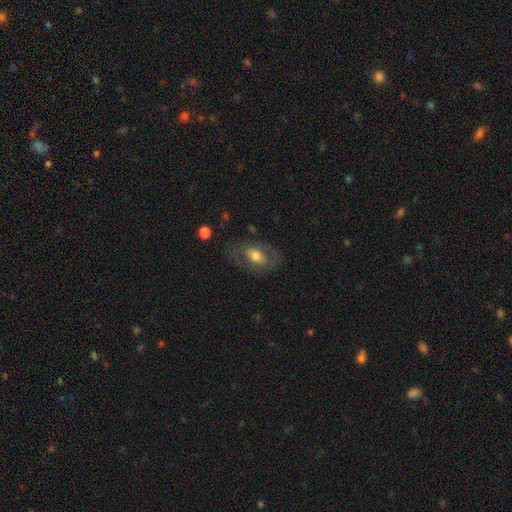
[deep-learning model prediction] The model was most divided on "smooth or featured": smooth: 47%, featured or disk: 45%, star or artifact: 8%. More confident: merging — none (68%).